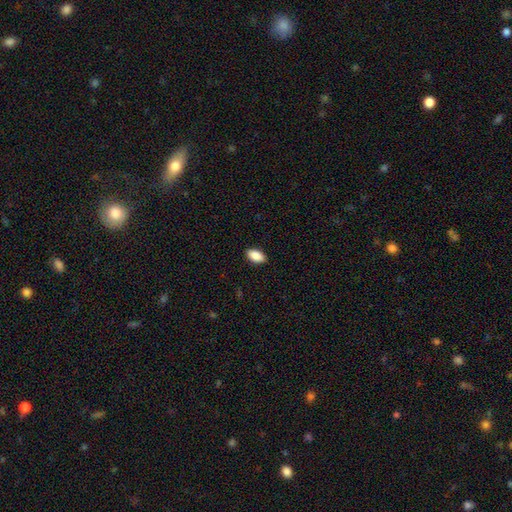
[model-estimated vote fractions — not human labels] smooth-or-featured: smooth: 90% | star or artifact: 7% | featured or disk: 4%
  how-rounded: in between: 93% | cigar-shaped: 4% | round: 3%
  merging: none: 89% | minor disturbance: 8% | major disturbance: 2% | merger: 1%